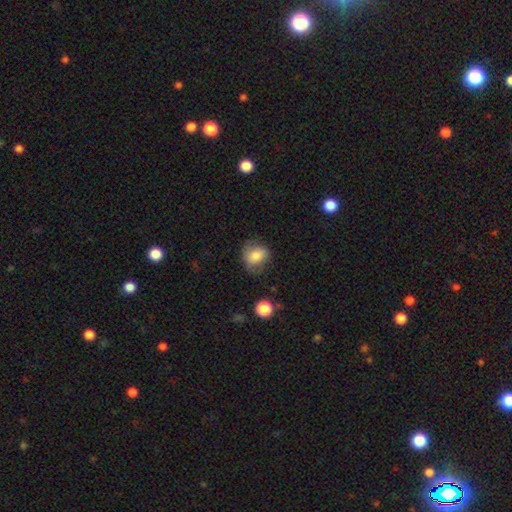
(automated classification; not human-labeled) Overall: smooth (78%). How rounded: round (61%; in between 38%). Merging: none (58%; minor disturbance 29%).